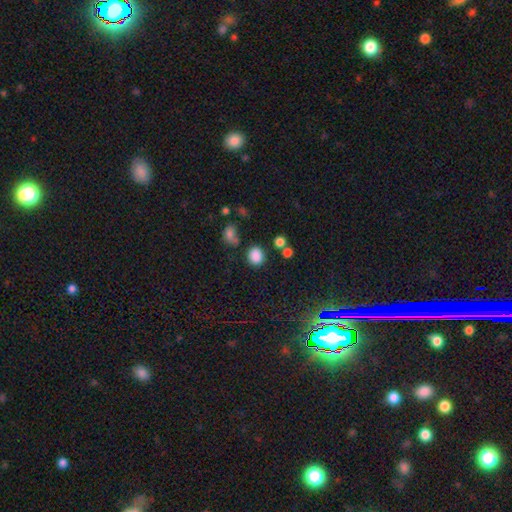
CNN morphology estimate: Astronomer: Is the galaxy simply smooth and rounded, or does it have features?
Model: smooth — 83%.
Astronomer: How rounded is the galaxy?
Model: round — 78%.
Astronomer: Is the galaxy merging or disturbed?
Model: none — 76%.